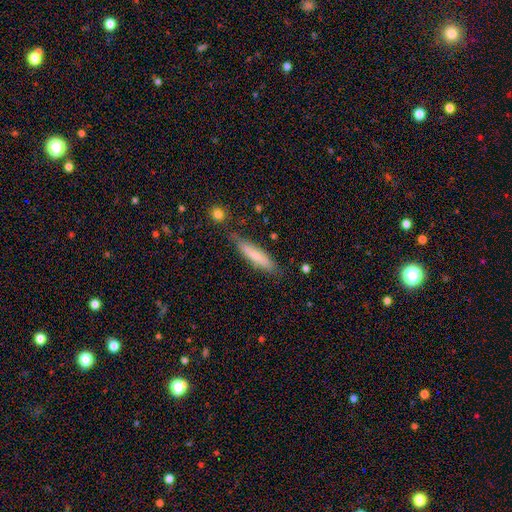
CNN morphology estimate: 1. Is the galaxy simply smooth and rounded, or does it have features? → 71% smooth, 23% featured or disk, 6% star or artifact.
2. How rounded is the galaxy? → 82% cigar-shaped, 16% in between, 1% round.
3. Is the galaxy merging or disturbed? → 76% none, 18% minor disturbance, 3% major disturbance, 3% merger.